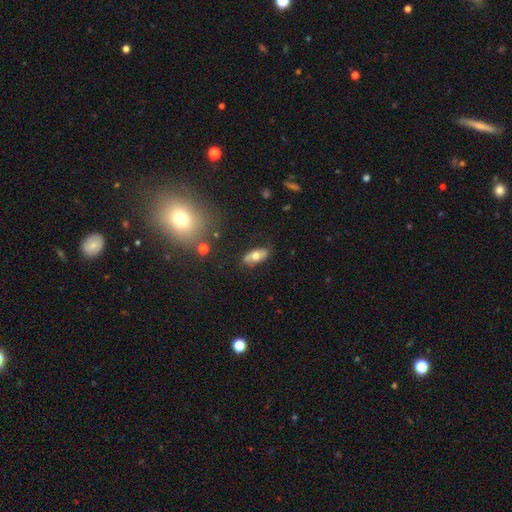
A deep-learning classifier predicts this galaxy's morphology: Smooth or featured?
  - smooth: 60% *
  - featured or disk: 33%
  - star or artifact: 8%
How rounded?
  - in between: 85% *
  - cigar-shaped: 10%
  - round: 4%
Merging?
  - none: 80% *
  - minor disturbance: 14%
  - major disturbance: 4%
  - merger: 2%